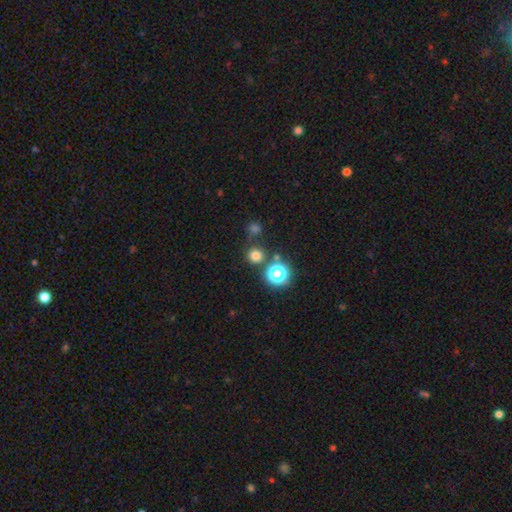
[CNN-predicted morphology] smooth 72%, star or artifact 23%, featured or disk 5%. Down the decision tree: how rounded — round (93%); merging — none (78%).